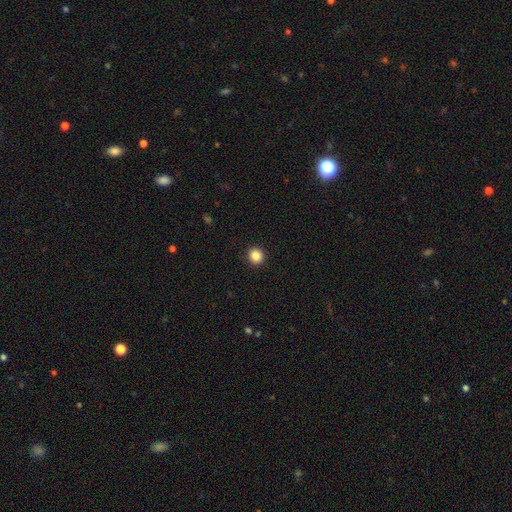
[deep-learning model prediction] Smooth or featured?
  - smooth: 86% *
  - star or artifact: 10%
  - featured or disk: 4%
How rounded?
  - round: 89% *
  - in between: 10%
  - cigar-shaped: 1%
Merging?
  - none: 93% *
  - minor disturbance: 5%
  - major disturbance: 2%
  - merger: 1%